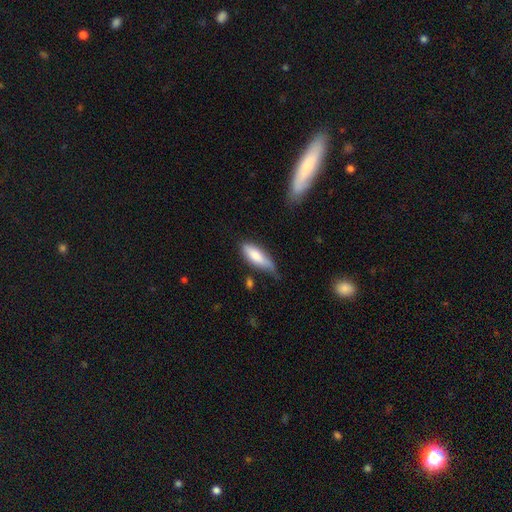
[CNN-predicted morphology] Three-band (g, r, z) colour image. It shows a smooth galaxy with no disk features (78%) that is in between round and cigar-shaped (67%). Merging: minor disturbance (43%).